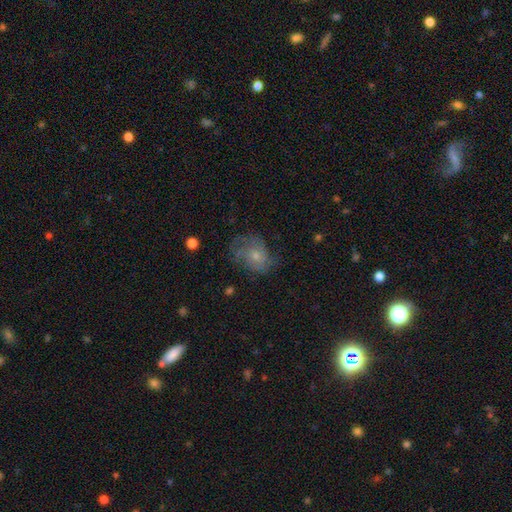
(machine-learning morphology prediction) type=featured or disk (53%); edge-on=no (96%); bar=no (81%); spiral arms=yes (79%); bulge=small (59%); merging=none (61%).